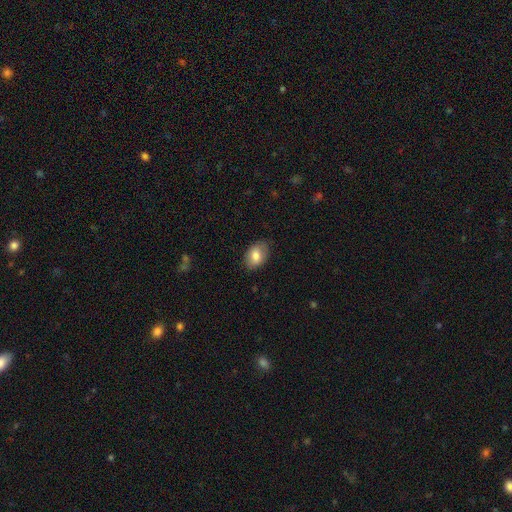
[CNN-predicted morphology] smooth 79%, featured or disk 14%, star or artifact 7%. Down the decision tree: how rounded — in between (85%); merging — none (80%).